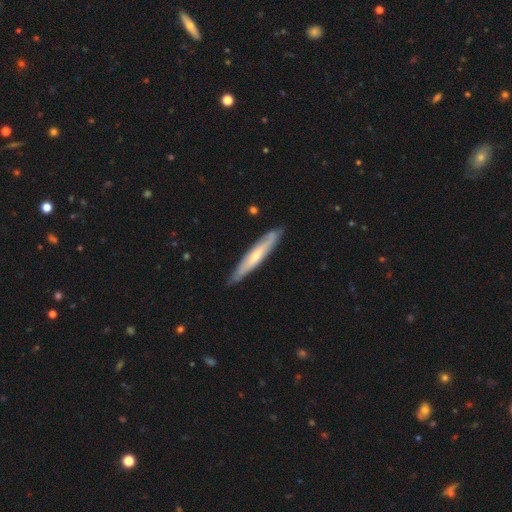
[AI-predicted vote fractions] A featured or disk galaxy (51%) viewed edge-on (77%).

Vote fractions:
- Smooth or featured? featured or disk: 51% / smooth: 44% / star or artifact: 5%
- Edge-on disk? yes: 77% / no: 23%
- Merging? none: 84% / minor disturbance: 13% / major disturbance: 2% / merger: 1%